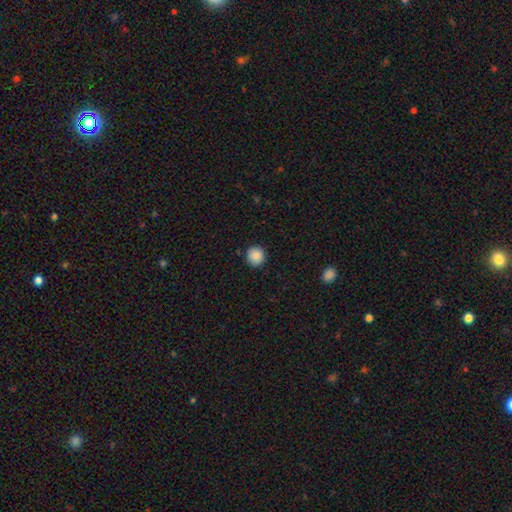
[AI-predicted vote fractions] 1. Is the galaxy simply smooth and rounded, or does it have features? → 88% smooth, 9% star or artifact, 3% featured or disk.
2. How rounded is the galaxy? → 91% round, 8% in between, 1% cigar-shaped.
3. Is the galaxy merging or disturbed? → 87% none, 9% minor disturbance, 2% major disturbance, 1% merger.